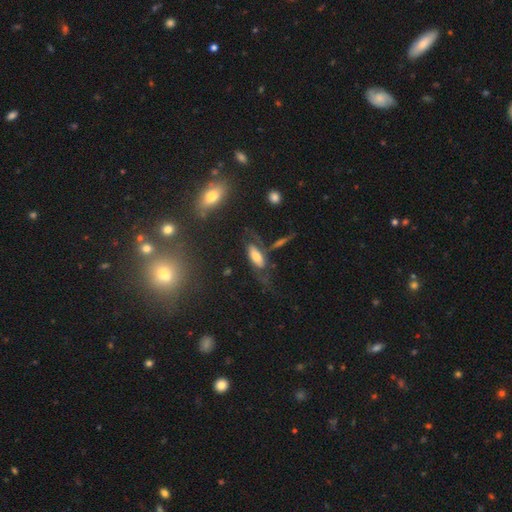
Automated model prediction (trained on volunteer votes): This appears to be a smooth galaxy with no disk features (51%) that is in between round and cigar-shaped (79%). Merging: none (49%).